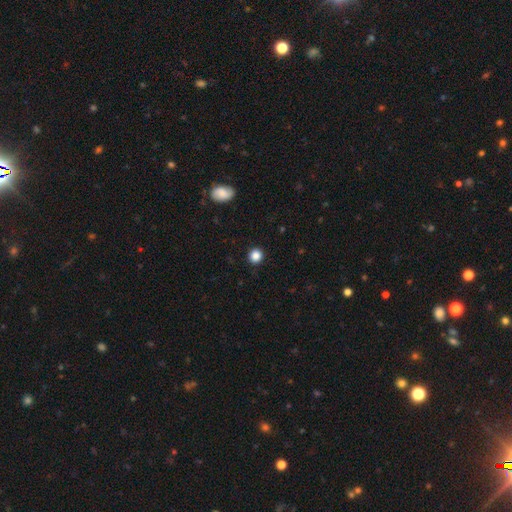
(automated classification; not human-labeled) A smooth galaxy with no disk features (86%) that is round (92%).

Vote fractions:
- Smooth or featured? smooth: 86% / star or artifact: 11% / featured or disk: 4%
- How rounded? round: 92% / in between: 7% / cigar-shaped: 1%
- Merging? none: 92% / minor disturbance: 5% / major disturbance: 2% / merger: 1%